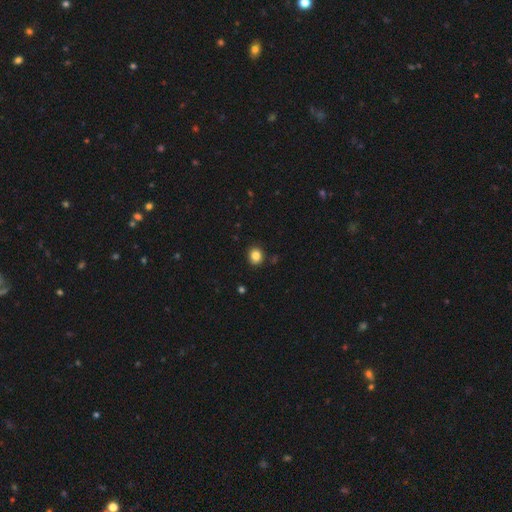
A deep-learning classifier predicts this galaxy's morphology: Q: Smooth or featured?
A: smooth (84%); runner-up: star or artifact (11%)
Q: How rounded?
A: round (75%); runner-up: in between (24%)
Q: Merging?
A: none (89%); runner-up: minor disturbance (8%)